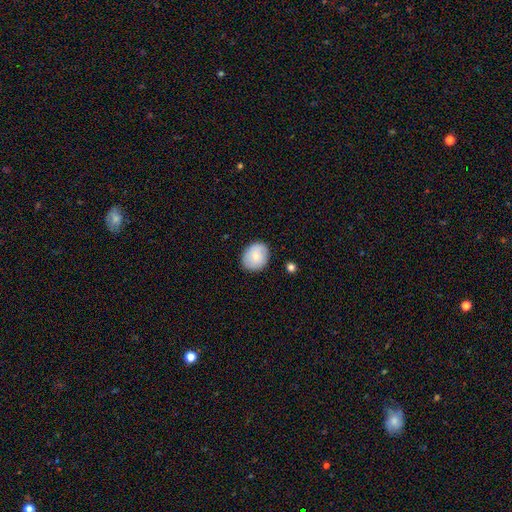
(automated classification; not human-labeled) Q: Smooth or featured?
A: smooth (76%); runner-up: featured or disk (17%)
Q: How rounded?
A: round (58%); runner-up: in between (42%)
Q: Merging?
A: none (85%); runner-up: minor disturbance (11%)